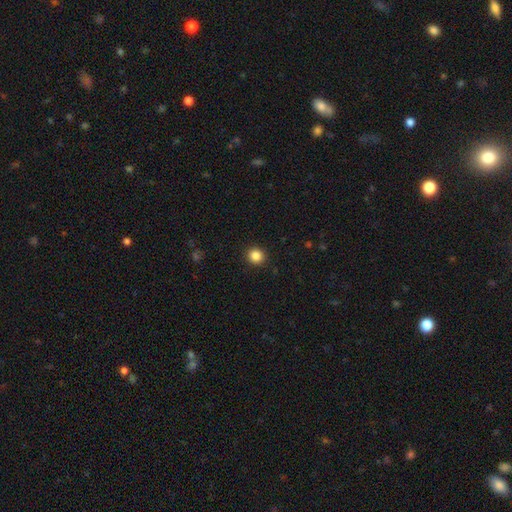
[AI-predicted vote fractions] Smooth or featured?
  - smooth: 85% *
  - star or artifact: 11%
  - featured or disk: 4%
How rounded?
  - round: 91% *
  - in between: 8%
  - cigar-shaped: 1%
Merging?
  - none: 93% *
  - minor disturbance: 5%
  - major disturbance: 2%
  - merger: 1%